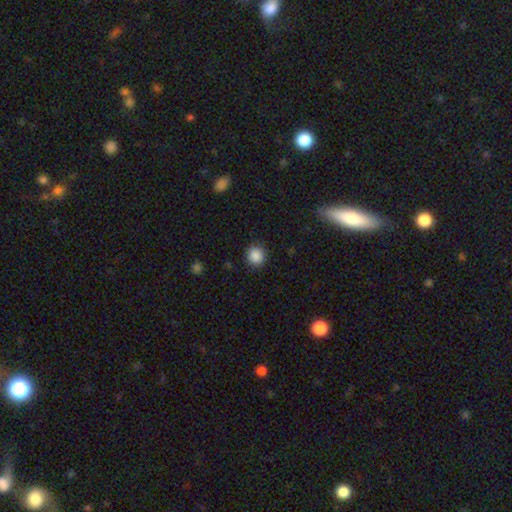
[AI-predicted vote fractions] Smooth or featured? smooth (88%)
How rounded? round (87%)
Merging? none (89%)